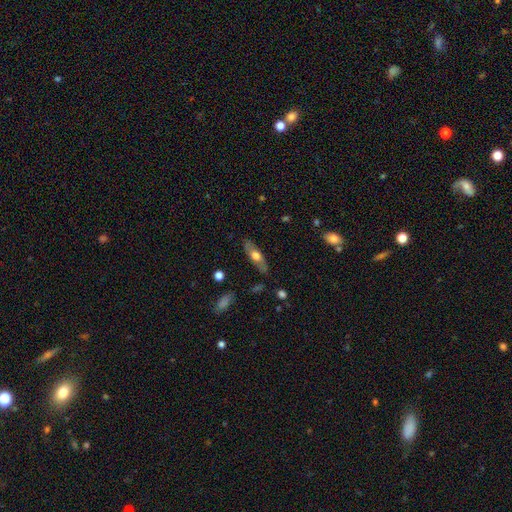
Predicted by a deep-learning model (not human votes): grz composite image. It shows a smooth galaxy with no disk features (51%) that is in between round and cigar-shaped (52%). Merging: none (82%).